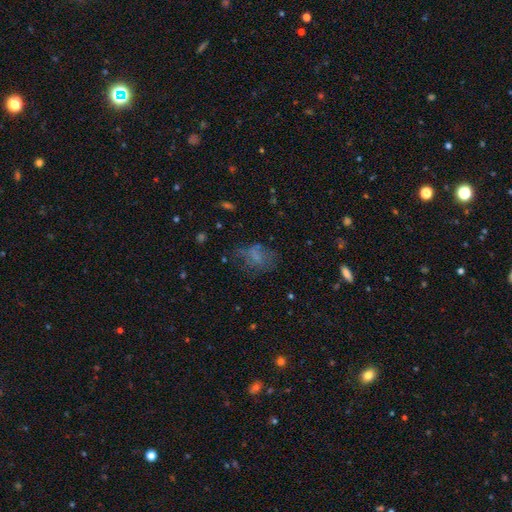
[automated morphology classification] Q: Smooth or featured?
A: smooth (53%); runner-up: featured or disk (28%)
Q: How rounded?
A: in between (66%); runner-up: round (32%)
Q: Merging?
A: none (46%); runner-up: major disturbance (28%)